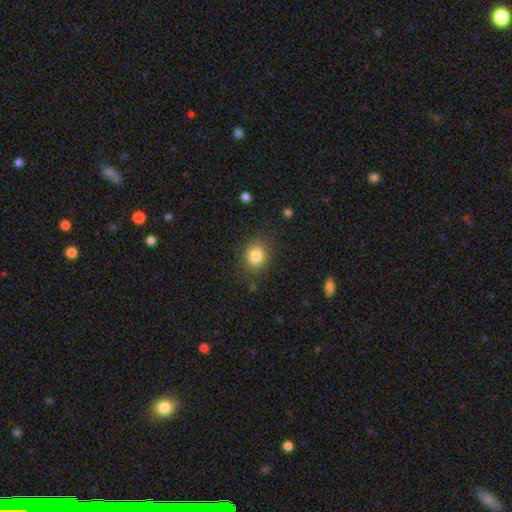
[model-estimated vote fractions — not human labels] Smooth or featured: smooth — 82% (star or artifact — 10%)
How rounded: round — 66% (in between — 33%)
Merging: none — 82% (minor disturbance — 12%)